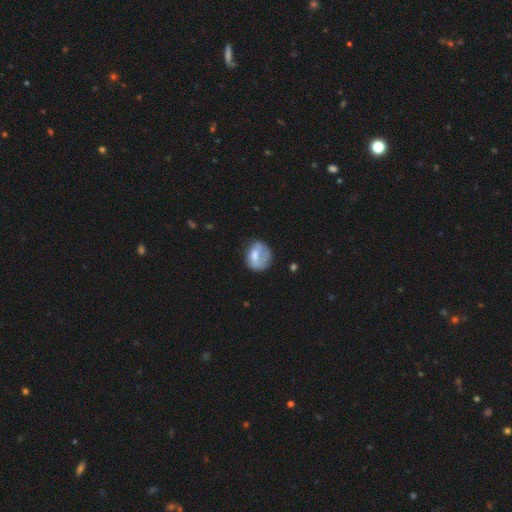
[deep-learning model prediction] Q: Smooth or featured?
A: smooth (57%); runner-up: featured or disk (35%)
Q: How rounded?
A: round (61%); runner-up: in between (38%)
Q: Merging?
A: none (46%); runner-up: minor disturbance (27%)